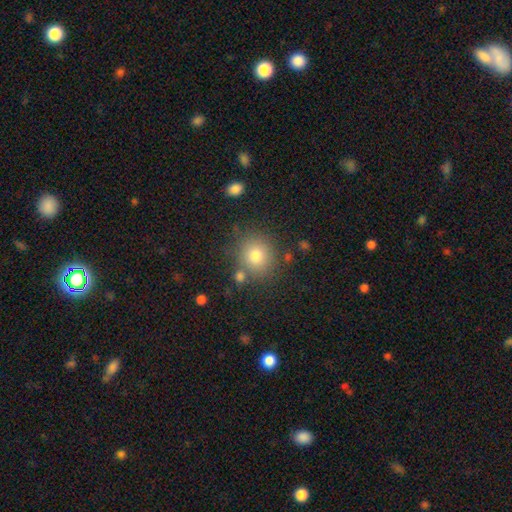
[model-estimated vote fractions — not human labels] smooth_or_featured: smooth (p=0.77) [alt: star or artifact p=0.12]
how_rounded: round (p=0.88) [alt: in between p=0.11]
merging: none (p=0.78) [alt: minor disturbance p=0.10]